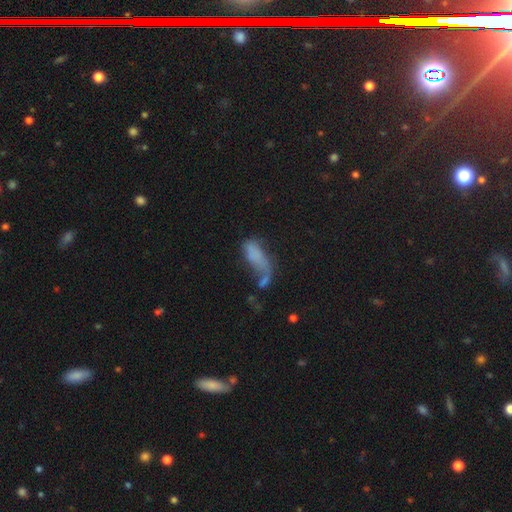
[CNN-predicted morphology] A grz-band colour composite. It shows a smooth galaxy with no disk features (60%) that is in between round and cigar-shaped (73%). Merging: major disturbance (36%).